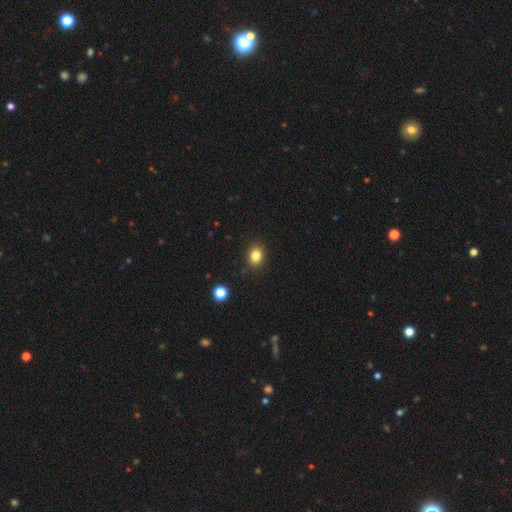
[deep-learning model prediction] smooth_or_featured: smooth (p=0.82) [alt: star or artifact p=0.12]
how_rounded: round (p=0.50) [alt: in between p=0.49]
merging: none (p=0.85) [alt: minor disturbance p=0.10]